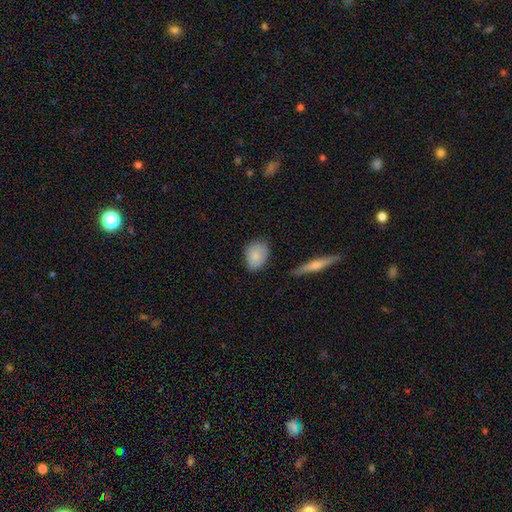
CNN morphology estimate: This is likely a smooth galaxy (80%). How rounded: likely in between (70%). Merging: likely none (68%).